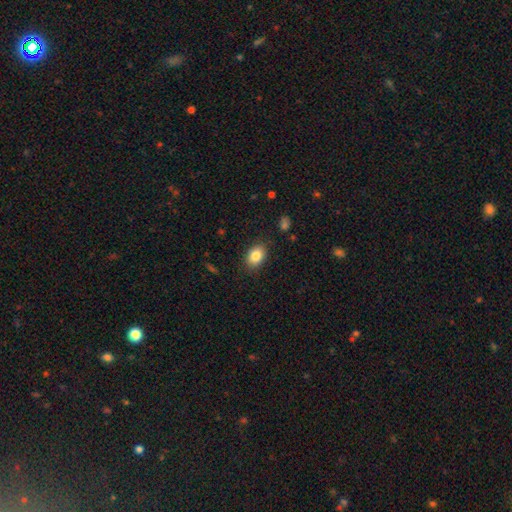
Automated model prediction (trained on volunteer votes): Overall: smooth (84%). How rounded: in between (77%). Merging: none (85%).